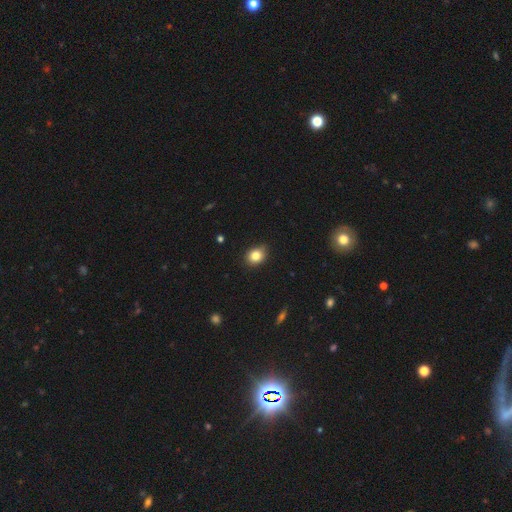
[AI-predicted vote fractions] Overall: smooth (83%). How rounded: in between (49%, tied with round). Merging: none (84%).